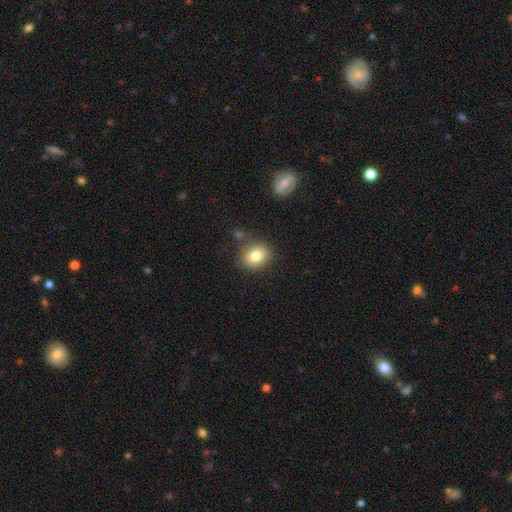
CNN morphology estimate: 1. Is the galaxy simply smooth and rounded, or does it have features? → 80% smooth, 10% star or artifact, 9% featured or disk.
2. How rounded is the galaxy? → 64% round, 35% in between, 1% cigar-shaped.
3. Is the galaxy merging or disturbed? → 81% none, 12% minor disturbance, 4% merger, 3% major disturbance.